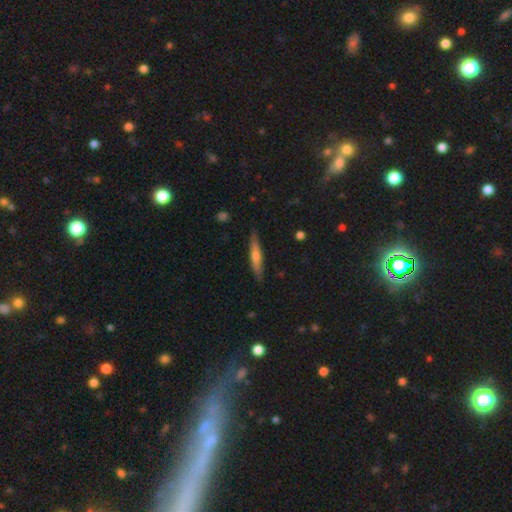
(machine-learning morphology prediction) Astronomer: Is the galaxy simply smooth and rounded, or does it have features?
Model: smooth — 50% (runner-up: featured or disk, 44%).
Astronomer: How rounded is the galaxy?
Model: cigar-shaped — 91%.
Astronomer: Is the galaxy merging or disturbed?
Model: none — 88%.